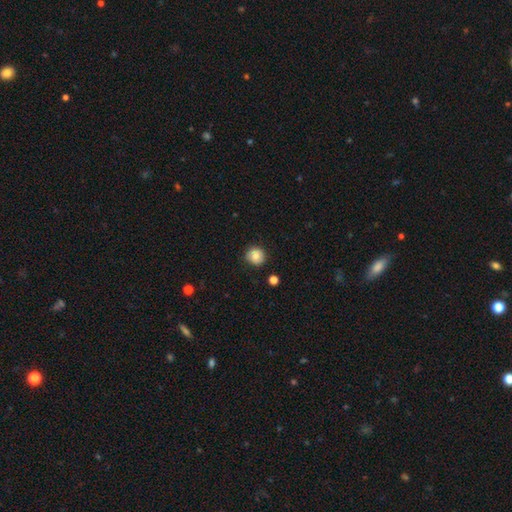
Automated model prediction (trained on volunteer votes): smooth 78%, featured or disk 13%, star or artifact 10%. Down the decision tree: how rounded — round (91%); merging — none (86%).